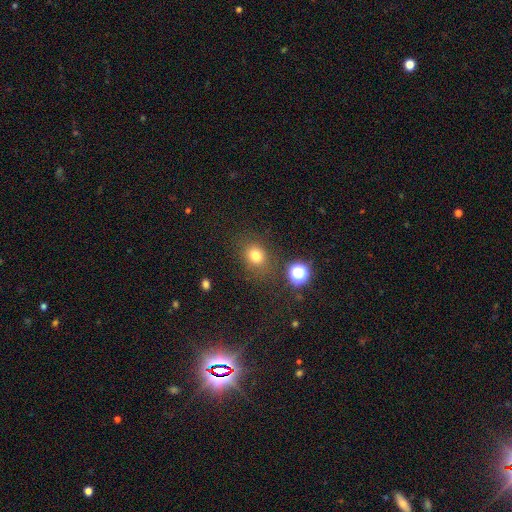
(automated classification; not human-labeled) A smooth galaxy with no disk features (75%) that is round (69%).

Vote fractions:
- Smooth or featured? smooth: 75% / star or artifact: 17% / featured or disk: 7%
- How rounded? round: 69% / in between: 30% / cigar-shaped: 1%
- Merging? none: 78% / minor disturbance: 12% / major disturbance: 5% / merger: 4%